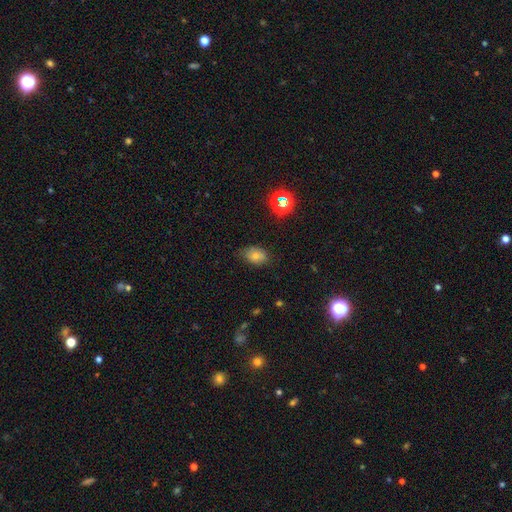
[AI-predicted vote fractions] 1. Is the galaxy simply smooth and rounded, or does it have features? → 73% smooth, 15% star or artifact, 12% featured or disk.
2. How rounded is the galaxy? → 81% in between, 17% round, 1% cigar-shaped.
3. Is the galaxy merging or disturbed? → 72% none, 22% minor disturbance, 4% major disturbance, 1% merger.